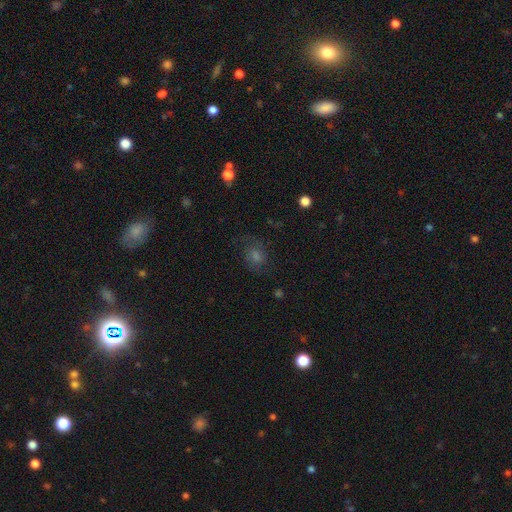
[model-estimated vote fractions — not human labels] The model was most divided on "smooth or featured": featured or disk: 37%, smooth: 35%, star or artifact: 28%. More confident: merging — none (71%).